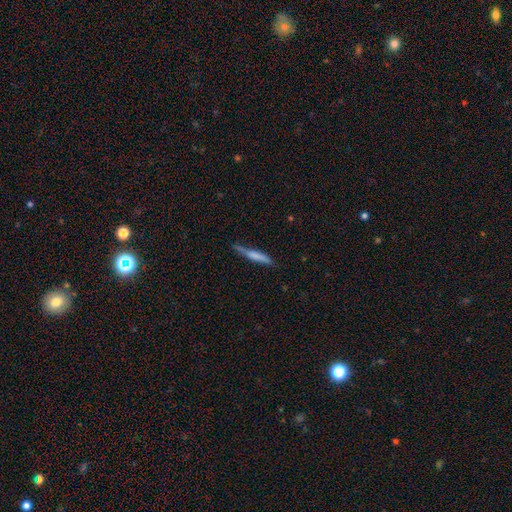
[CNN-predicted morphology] Smooth or featured? Predicted: smooth (p=0.61). How rounded? Predicted: cigar-shaped (p=0.93). Merging? Predicted: none (p=0.70).